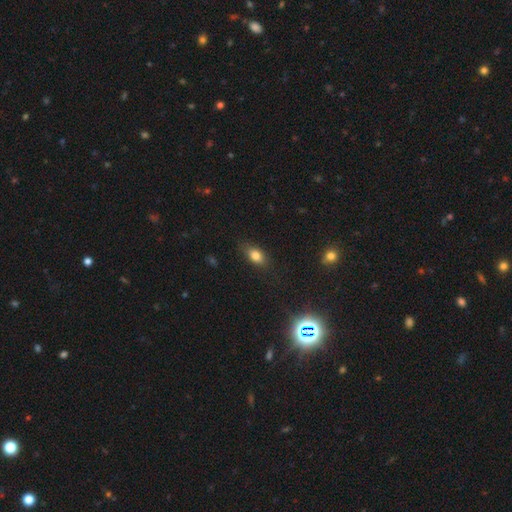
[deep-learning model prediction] The model was most divided on "merging": none: 80%, minor disturbance: 15%, major disturbance: 4%, merger: 1%. More confident: how rounded — in between (81%); smooth or featured — smooth (79%).